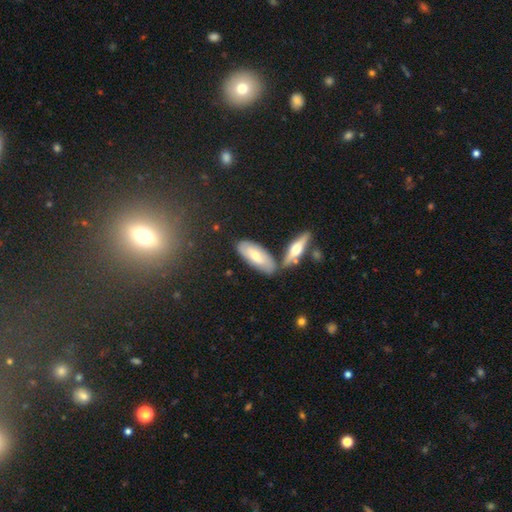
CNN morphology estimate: smooth-or-featured: smooth: 56% | featured or disk: 37% | star or artifact: 7%
  how-rounded: in between: 75% | cigar-shaped: 23% | round: 2%
  merging: none: 69% | minor disturbance: 15% | merger: 12% | major disturbance: 4%